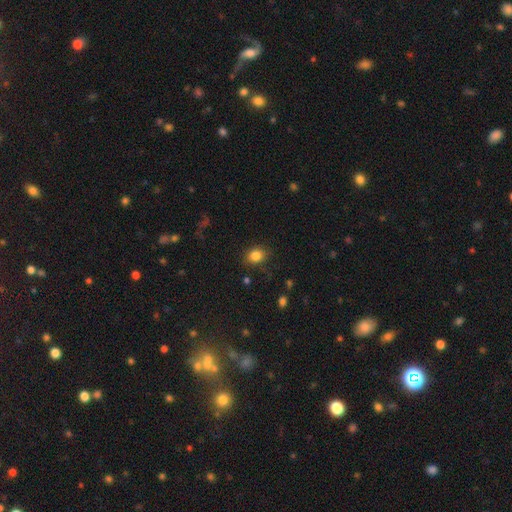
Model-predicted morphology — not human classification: A smooth galaxy with no disk features (84%) that is in between round and cigar-shaped (51%).

Vote fractions:
- Smooth or featured? smooth: 84% / star or artifact: 10% / featured or disk: 5%
- How rounded? in between: 51% / round: 48% / cigar-shaped: 1%
- Merging? none: 83% / minor disturbance: 12% / major disturbance: 3% / merger: 1%